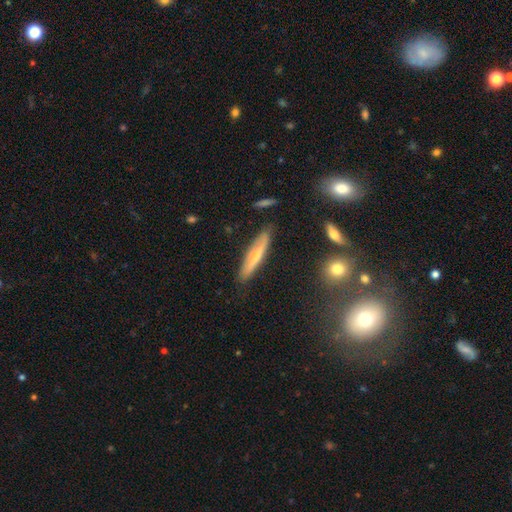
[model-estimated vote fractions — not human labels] Smooth or featured? Predicted: featured or disk (p=0.47). Merging? Predicted: none (p=0.83).